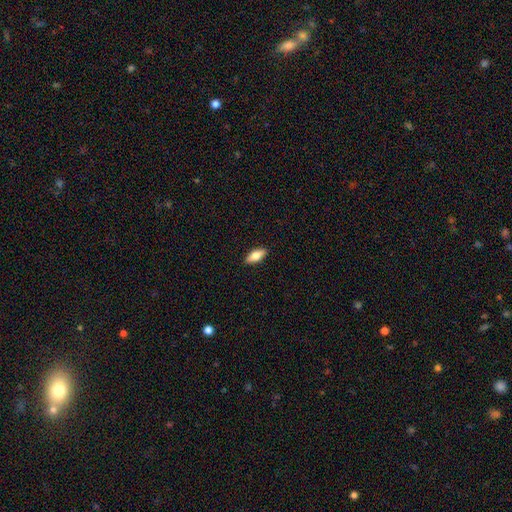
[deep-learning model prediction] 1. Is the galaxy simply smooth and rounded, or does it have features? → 75% smooth, 19% featured or disk, 6% star or artifact.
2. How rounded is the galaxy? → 77% in between, 20% cigar-shaped, 3% round.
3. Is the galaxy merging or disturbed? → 90% none, 7% minor disturbance, 2% major disturbance, 1% merger.